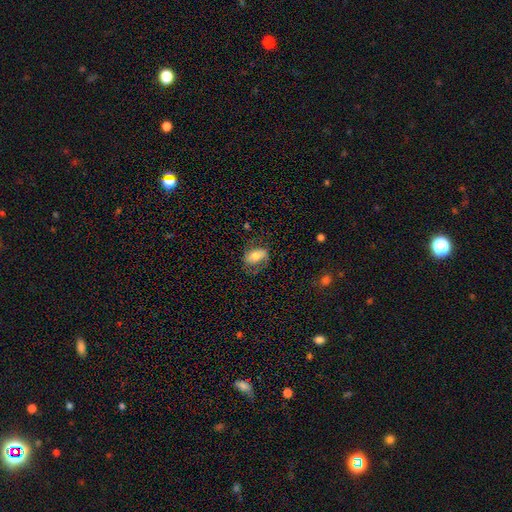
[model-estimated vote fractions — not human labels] This is possibly a smooth galaxy (54%). How rounded: clearly in between (85%). Merging: likely none (62%).